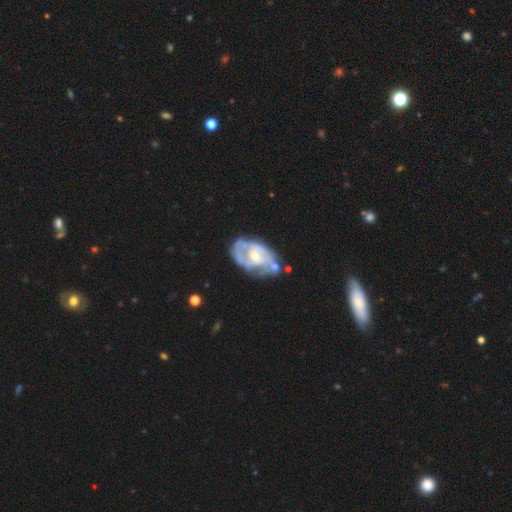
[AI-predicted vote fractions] Smooth or featured? featured or disk (80%)
Edge-on disk? no (97%)
Bar? no (52%)
Spiral arms? yes (79%)
Spiral winding? tight (45%)
Spiral arm count? 2 (46%)
Bulge size? small (48%)
Merging? none (51%)